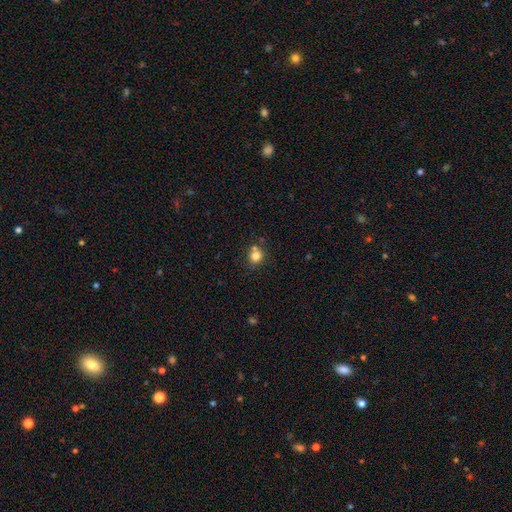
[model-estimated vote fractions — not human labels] A smooth galaxy with no disk features (80%) that is round (84%).

Vote fractions:
- Smooth or featured? smooth: 80% / star or artifact: 12% / featured or disk: 8%
- How rounded? round: 84% / in between: 15% / cigar-shaped: 1%
- Merging? none: 63% / merger: 21% / minor disturbance: 12% / major disturbance: 4%